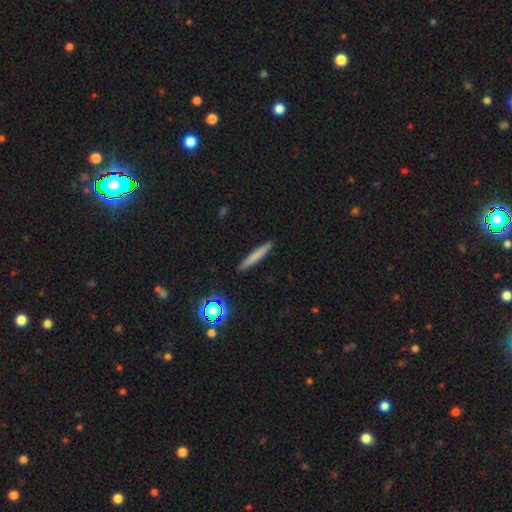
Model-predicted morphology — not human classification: smooth_or_featured: smooth (p=0.72) [alt: featured or disk p=0.19]
how_rounded: cigar-shaped (p=0.95) [alt: in between p=0.04]
merging: none (p=0.91) [alt: minor disturbance p=0.06]